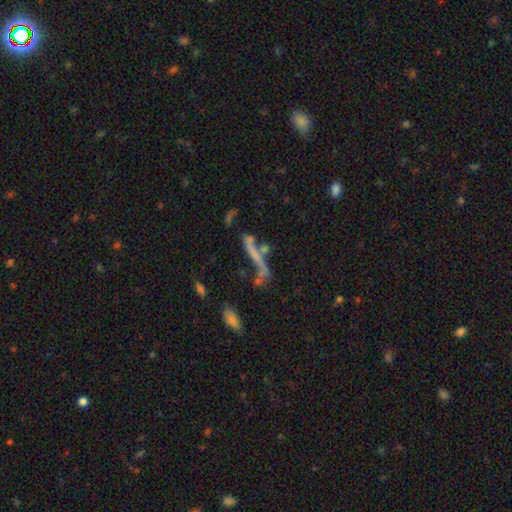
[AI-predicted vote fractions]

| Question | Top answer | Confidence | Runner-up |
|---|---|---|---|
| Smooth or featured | featured or disk | 45% | smooth (42%) |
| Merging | none | 38% | merger (29%) |